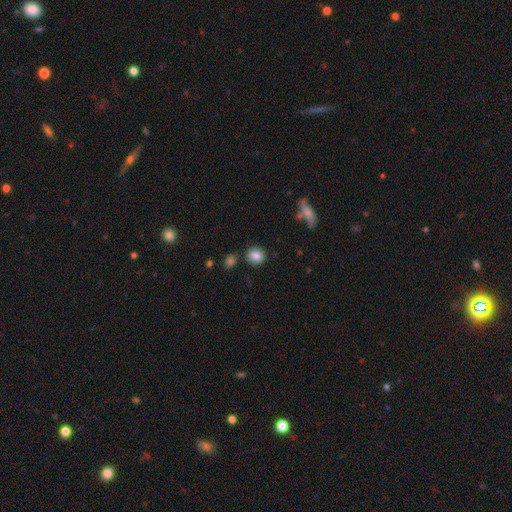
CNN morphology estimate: smooth-or-featured: smooth: 84% | star or artifact: 9% | featured or disk: 7%
  how-rounded: round: 85% | in between: 14% | cigar-shaped: 1%
  merging: none: 86% | minor disturbance: 8% | merger: 4% | major disturbance: 2%